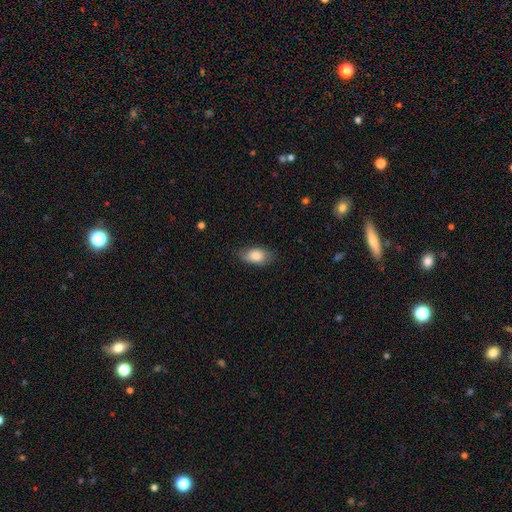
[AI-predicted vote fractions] Smooth or featured: smooth — 82% (featured or disk — 11%)
How rounded: in between — 91% (round — 5%)
Merging: none — 76% (minor disturbance — 19%)